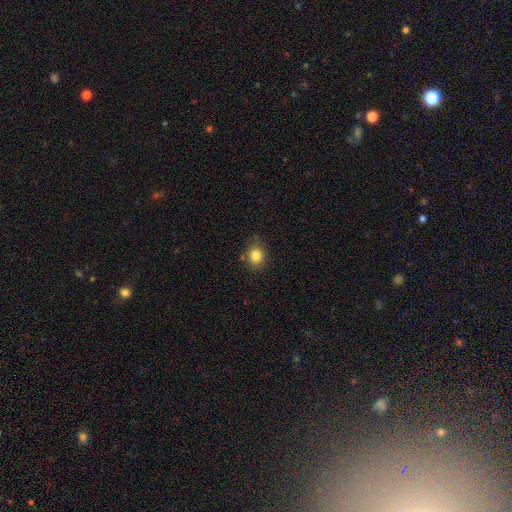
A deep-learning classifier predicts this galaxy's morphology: The model was most divided on "how rounded": round: 65%, in between: 34%, cigar-shaped: 1%. More confident: smooth or featured — smooth (83%); merging — none (75%).